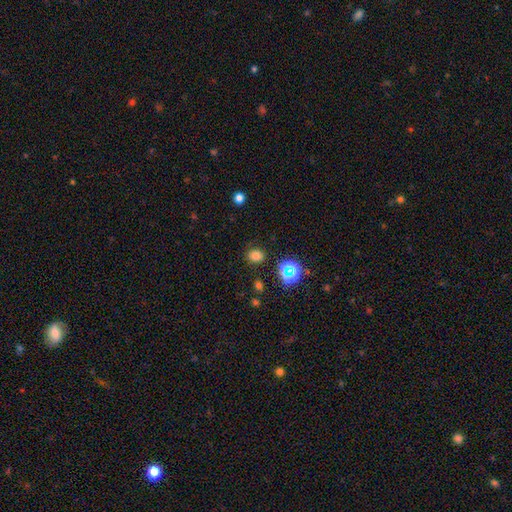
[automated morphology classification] This is likely a smooth galaxy (73%). How rounded: likely round (64%). Merging: clearly none (85%).